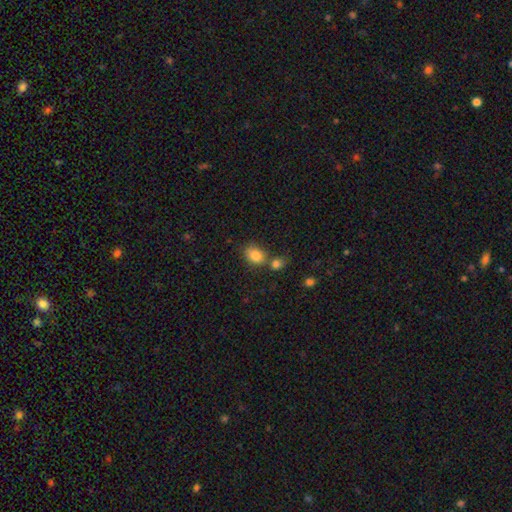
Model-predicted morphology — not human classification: smooth_or_featured: smooth (p=0.83) [alt: star or artifact p=0.10]
how_rounded: in between (p=0.60) [alt: round p=0.39]
merging: none (p=0.52) [alt: merger p=0.29]